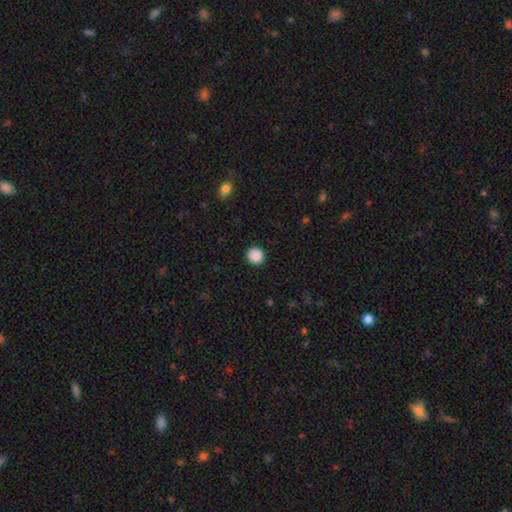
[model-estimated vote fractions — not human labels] Smooth or featured? Predicted: smooth (p=0.89). How rounded? Predicted: round (p=0.93). Merging? Predicted: none (p=0.91).